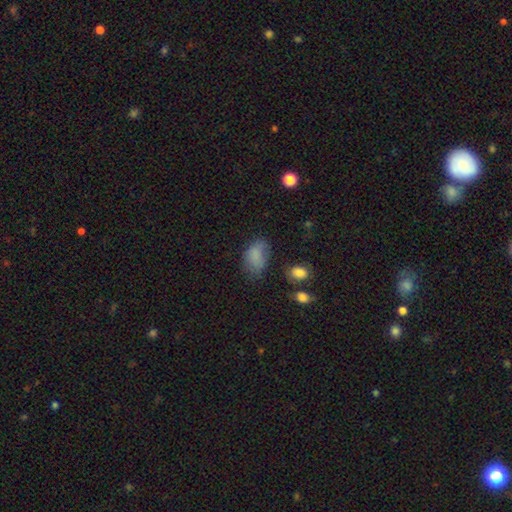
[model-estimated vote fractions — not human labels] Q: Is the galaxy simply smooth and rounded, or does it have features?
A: smooth — 80%.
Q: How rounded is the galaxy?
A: in between — 88%.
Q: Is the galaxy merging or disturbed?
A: none — 53%.